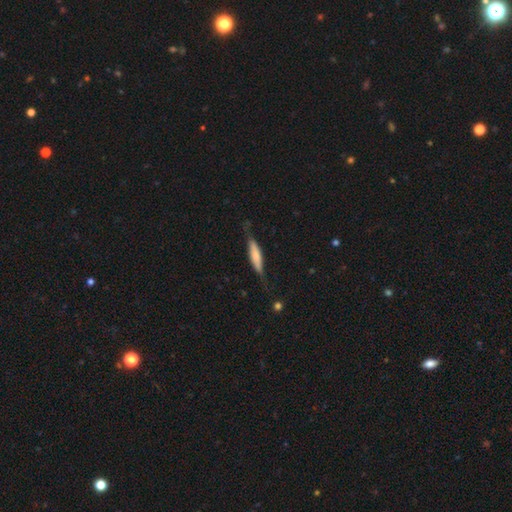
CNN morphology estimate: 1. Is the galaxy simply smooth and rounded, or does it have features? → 59% smooth, 35% featured or disk, 6% star or artifact.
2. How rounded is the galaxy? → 78% cigar-shaped, 20% in between, 2% round.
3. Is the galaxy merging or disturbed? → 69% none, 22% minor disturbance, 7% major disturbance, 2% merger.